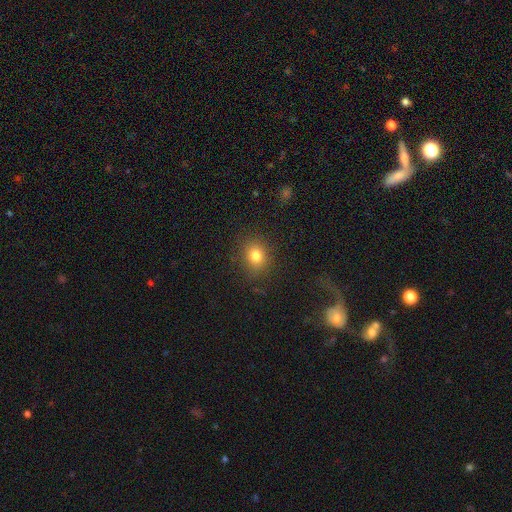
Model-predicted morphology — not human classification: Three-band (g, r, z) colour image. It shows a smooth galaxy with no disk features (79%) that is round (70%). Merging: none (86%).